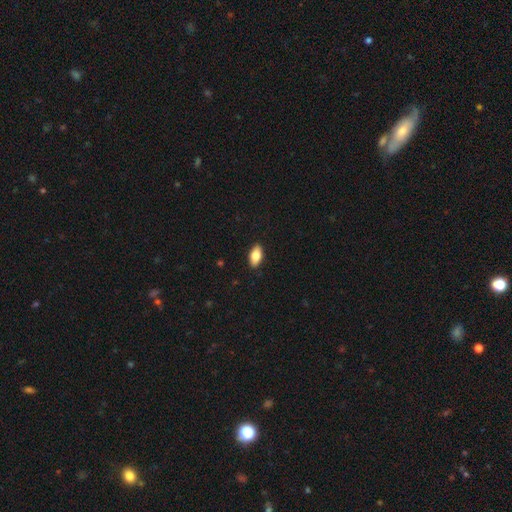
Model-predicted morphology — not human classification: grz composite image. It shows a smooth galaxy with no disk features (79%) that is in between round and cigar-shaped (90%). Merging: none (90%).